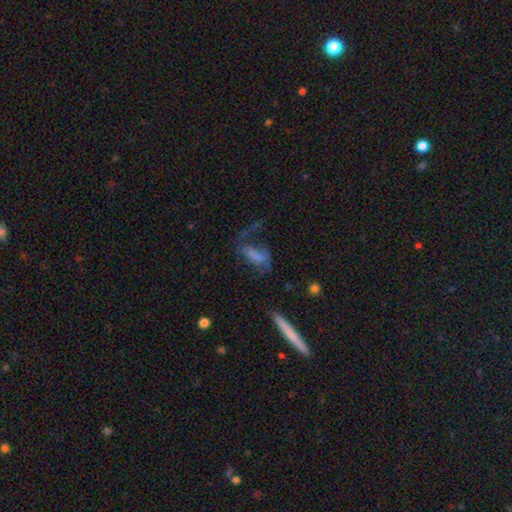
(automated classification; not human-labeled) Overall: featured or disk (44%; smooth 42%). Merging: major disturbance (54%; none 24%).